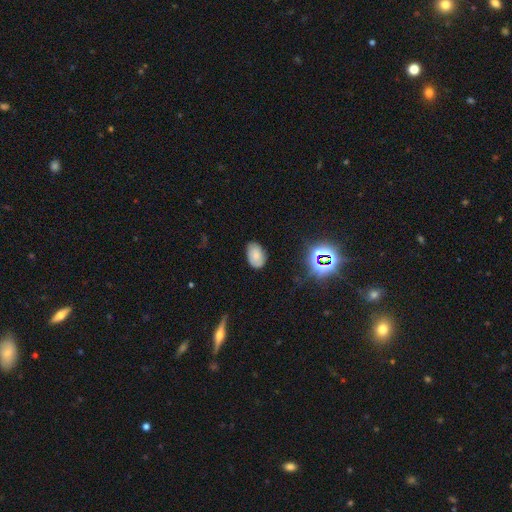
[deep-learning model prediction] A smooth galaxy with no disk features (76%) that is in between round and cigar-shaped (89%). Merging: none (77%).